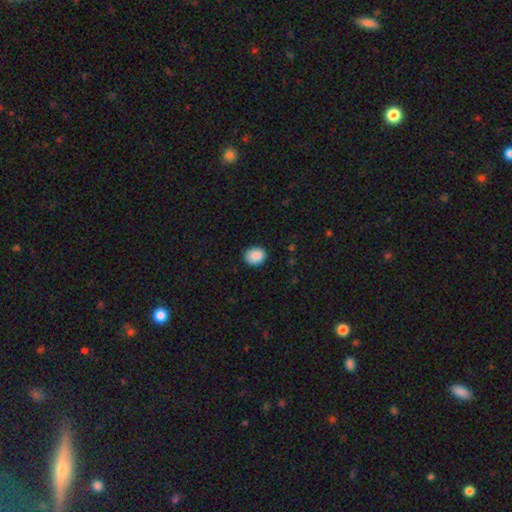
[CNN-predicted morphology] A smooth galaxy with no disk features (88%) that is round (62%).

Vote fractions:
- Smooth or featured? smooth: 88% / star or artifact: 8% / featured or disk: 3%
- How rounded? round: 62% / in between: 37% / cigar-shaped: 1%
- Merging? none: 86% / minor disturbance: 11% / major disturbance: 2% / merger: 1%